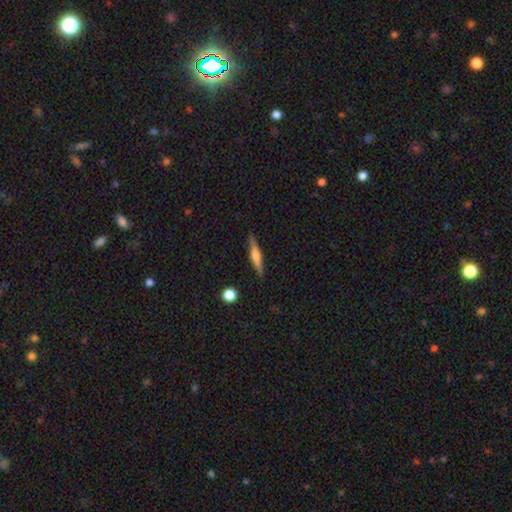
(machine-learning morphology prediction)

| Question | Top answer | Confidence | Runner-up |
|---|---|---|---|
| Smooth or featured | featured or disk | 52% | smooth (41%) |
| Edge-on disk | yes | 96% | no (4%) |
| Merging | none | 88% | minor disturbance (9%) |